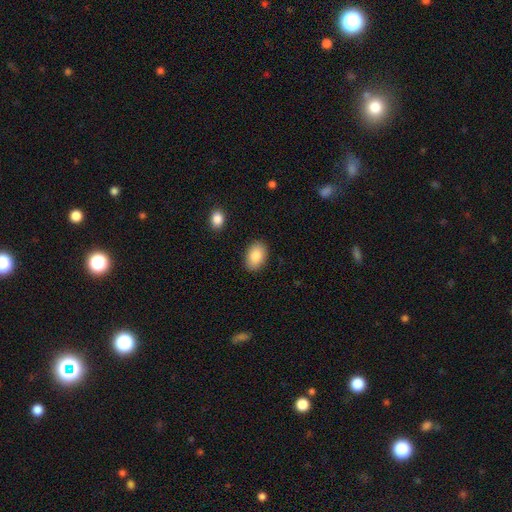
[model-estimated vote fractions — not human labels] smooth 86%, featured or disk 7%, star or artifact 7%. Down the decision tree: how rounded — in between (87%); merging — none (87%).